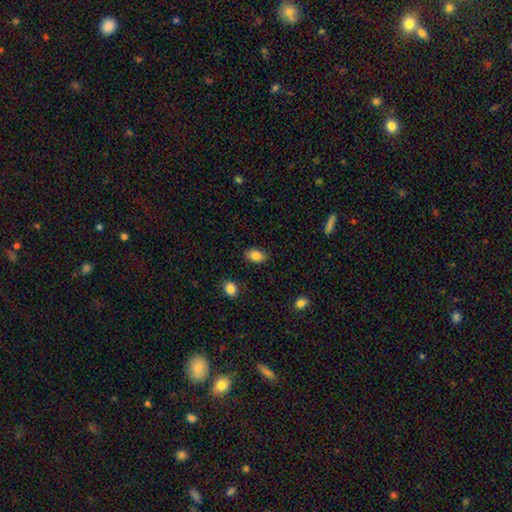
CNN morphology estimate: This appears to be a smooth galaxy with no disk features (85%) that is in between round and cigar-shaped (87%). Merging: none (85%).